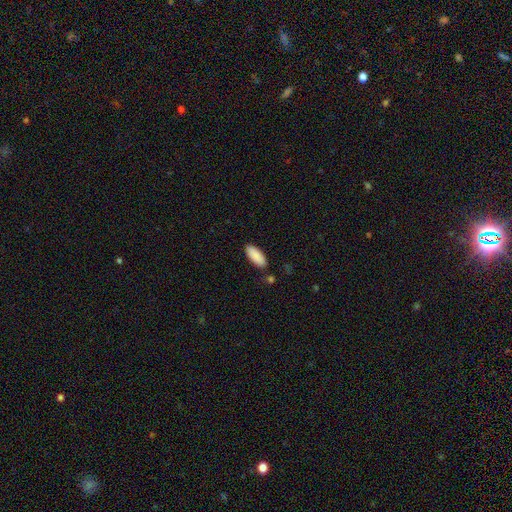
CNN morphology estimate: Overall: smooth (90%). How rounded: in between (80%). Merging: none (85%).